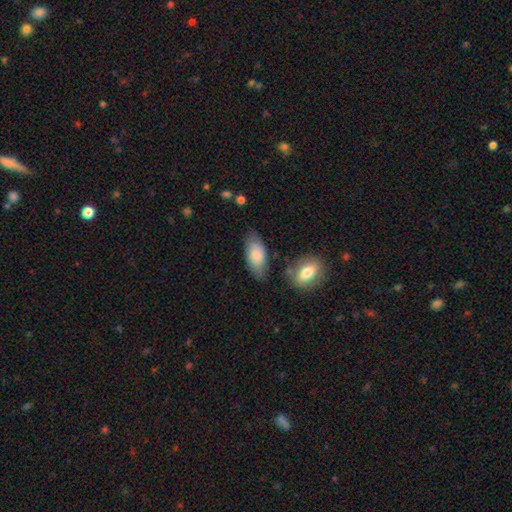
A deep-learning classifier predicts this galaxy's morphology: smooth-or-featured: smooth: 79% | featured or disk: 15% | star or artifact: 6%
  how-rounded: in between: 91% | cigar-shaped: 7% | round: 3%
  merging: none: 68% | minor disturbance: 21% | merger: 6% | major disturbance: 5%